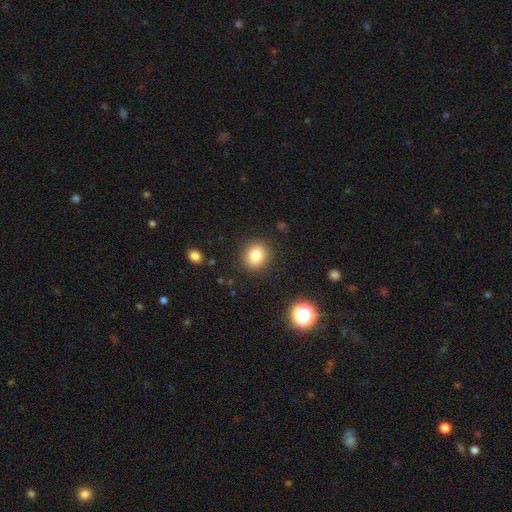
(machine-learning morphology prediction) This appears to be a smooth galaxy with no disk features (81%) that is round (68%). Merging: none (88%).